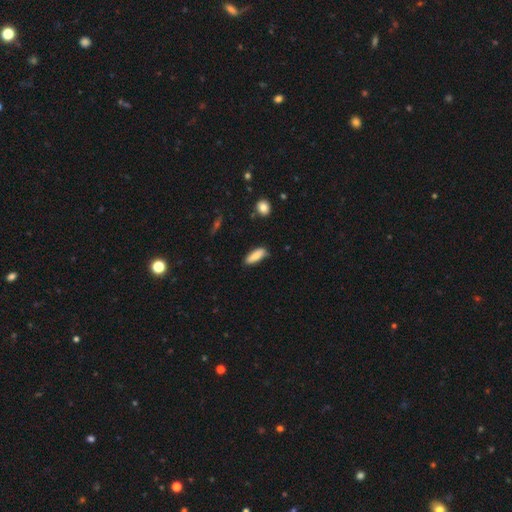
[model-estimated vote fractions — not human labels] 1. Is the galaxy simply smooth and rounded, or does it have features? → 84% smooth, 9% featured or disk, 7% star or artifact.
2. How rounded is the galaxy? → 58% in between, 40% cigar-shaped, 2% round.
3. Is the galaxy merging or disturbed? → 81% none, 15% minor disturbance, 3% major disturbance, 2% merger.